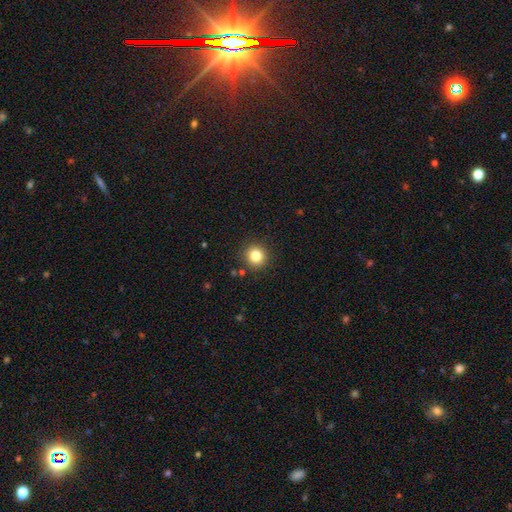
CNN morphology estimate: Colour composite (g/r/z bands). It shows a smooth galaxy with no disk features (83%) that is round (93%). Merging: none (90%).